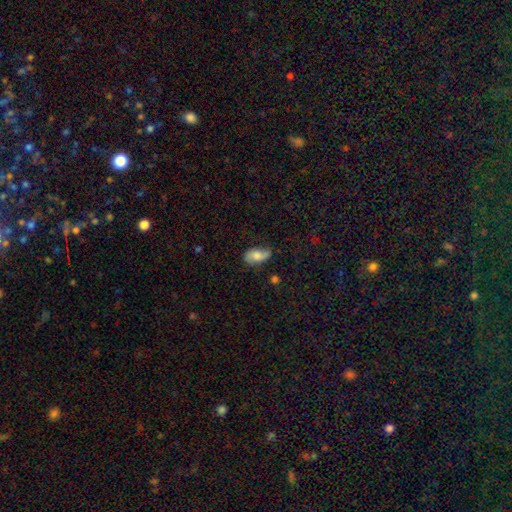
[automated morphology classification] smooth-or-featured: smooth: 63% | featured or disk: 29% | star or artifact: 7%
  how-rounded: in between: 91% | round: 5% | cigar-shaped: 4%
  merging: none: 58% | minor disturbance: 30% | major disturbance: 9% | merger: 2%